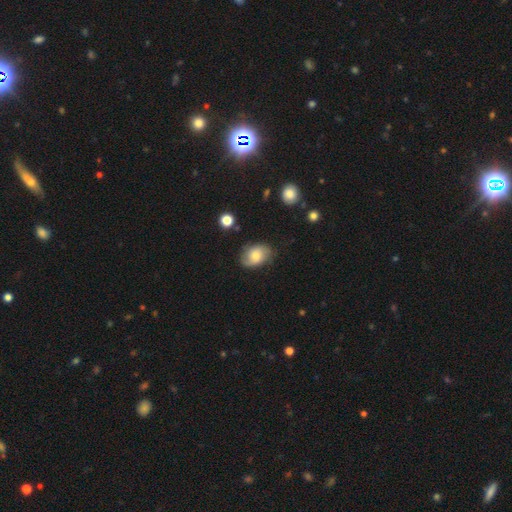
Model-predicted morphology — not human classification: Smooth or featured? smooth (59%)
How rounded? in between (75%)
Merging? none (71%)